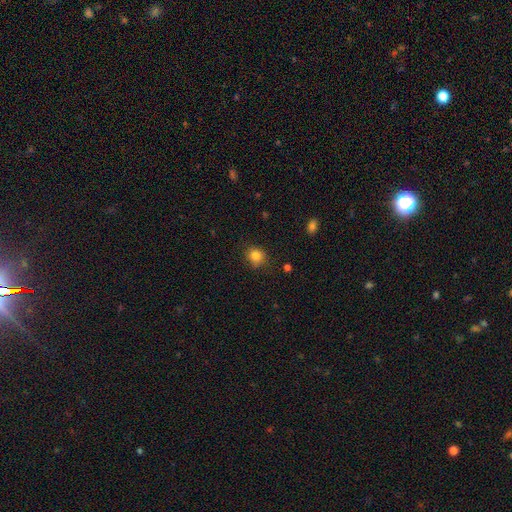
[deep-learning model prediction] Smooth or featured? Predicted: smooth (p=0.84). How rounded? Predicted: round (p=0.80). Merging? Predicted: none (p=0.79).